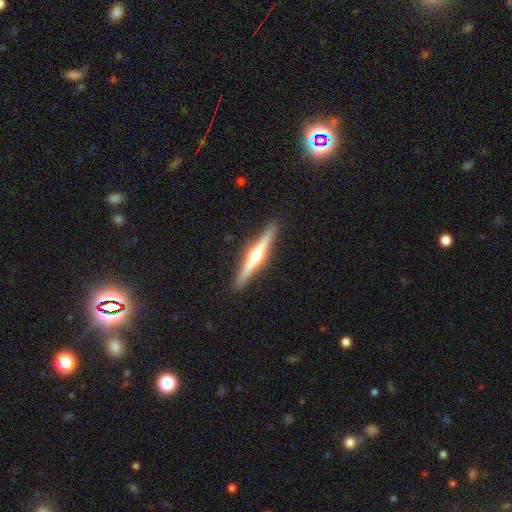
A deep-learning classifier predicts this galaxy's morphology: smooth_or_featured: featured or disk (p=0.75) [alt: smooth p=0.20]
disk_edge_on: yes (p=0.98) [alt: no p=0.02]
edge_on_bulge: rounded (p=0.93) [alt: none p=0.04]
merging: none (p=0.92) [alt: minor disturbance p=0.06]